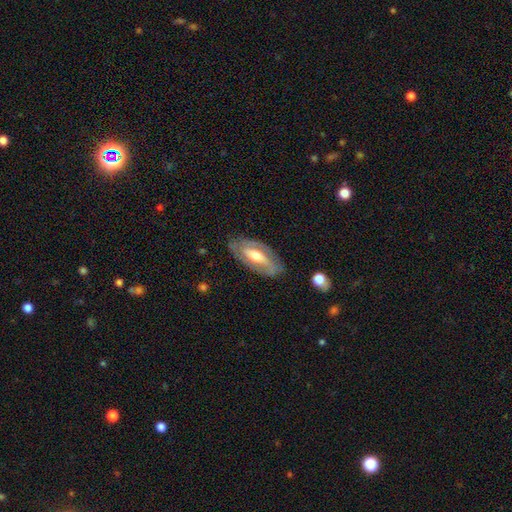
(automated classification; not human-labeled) smooth_or_featured: featured or disk (p=0.72) [alt: smooth p=0.23]
disk_edge_on: no (p=0.86) [alt: yes p=0.14]
bar: strong (p=0.38) [alt: weak p=0.34]
has_spiral_arms: yes (p=0.71) [alt: no p=0.29]
bulge_size: moderate (p=0.66) [alt: small p=0.18]
merging: none (p=0.81) [alt: minor disturbance p=0.14]